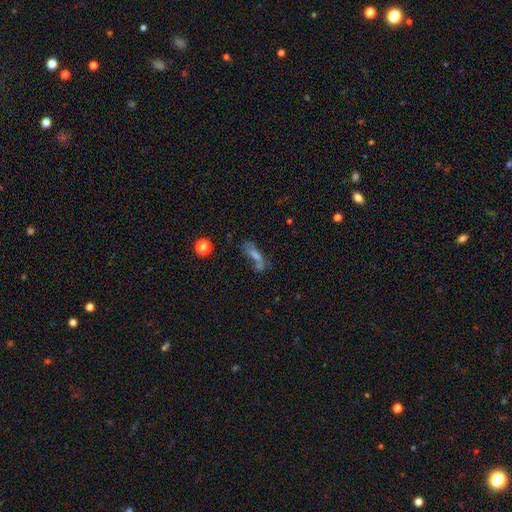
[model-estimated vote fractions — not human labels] Morphology: type=smooth (59%); roundness=cigar-shaped (54%); merging=none (35%).